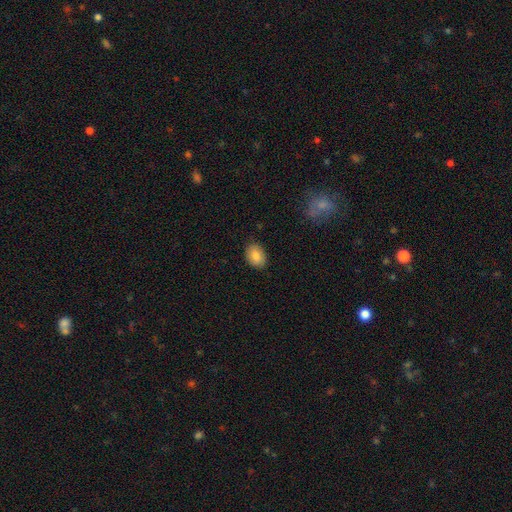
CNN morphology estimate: Overall: smooth (84%). How rounded: in between (76%). Merging: none (87%).